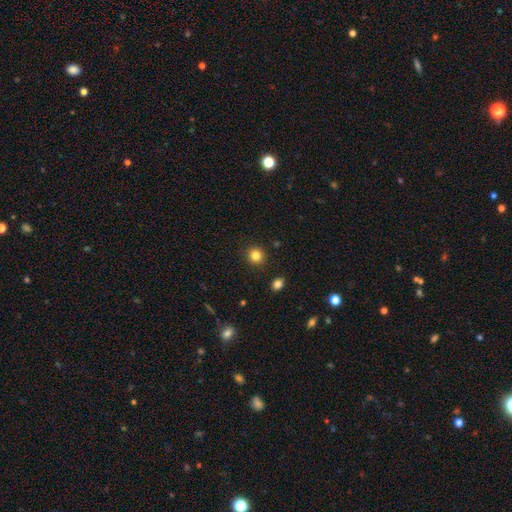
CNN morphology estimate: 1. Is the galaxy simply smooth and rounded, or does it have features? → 83% smooth, 12% star or artifact, 5% featured or disk.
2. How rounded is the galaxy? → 90% round, 9% in between, 1% cigar-shaped.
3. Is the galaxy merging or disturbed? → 91% none, 6% minor disturbance, 2% major disturbance, 2% merger.